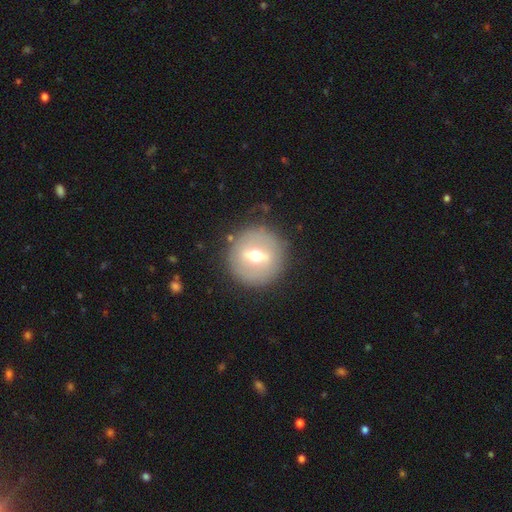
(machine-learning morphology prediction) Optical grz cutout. It shows a featured or disk galaxy (54%). Merging: none (87%).